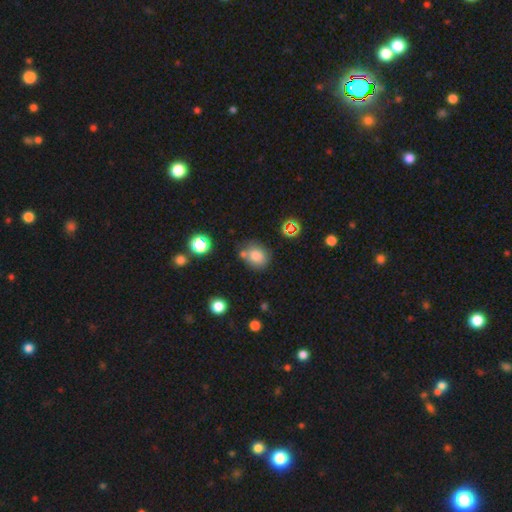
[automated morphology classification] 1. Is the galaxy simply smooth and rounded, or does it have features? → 78% smooth, 13% star or artifact, 8% featured or disk.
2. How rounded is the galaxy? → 65% round, 34% in between, 1% cigar-shaped.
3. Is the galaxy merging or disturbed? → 68% none, 15% minor disturbance, 12% merger, 4% major disturbance.